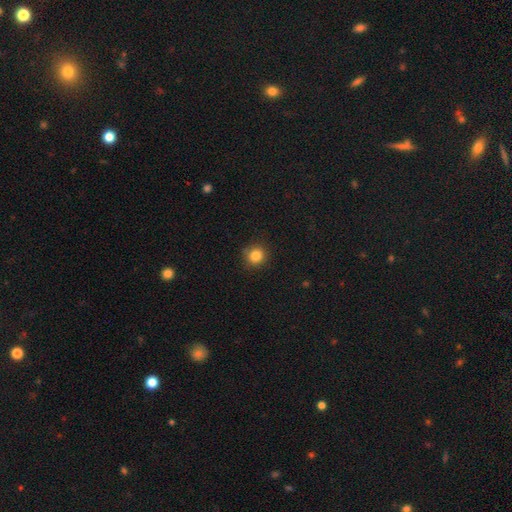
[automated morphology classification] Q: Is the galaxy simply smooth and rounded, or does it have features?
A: smooth — 84%.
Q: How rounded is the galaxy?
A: round — 93%.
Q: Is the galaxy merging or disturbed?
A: none — 88%.